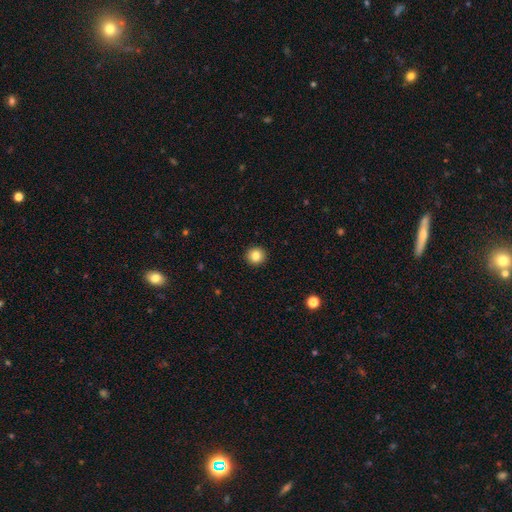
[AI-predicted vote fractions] smooth 84%, star or artifact 10%, featured or disk 6%. Down the decision tree: how rounded — round (94%); merging — none (93%).